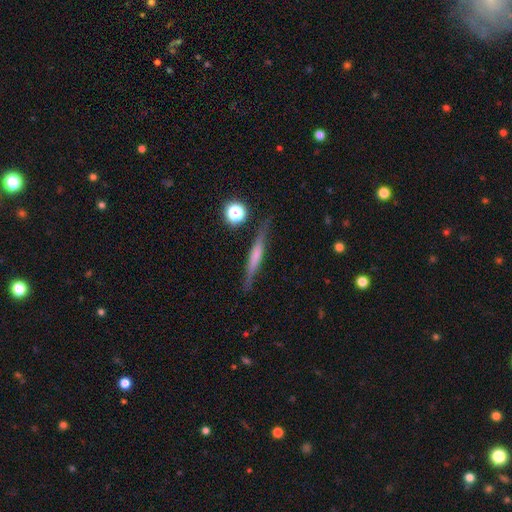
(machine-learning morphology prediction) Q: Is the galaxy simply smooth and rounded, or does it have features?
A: featured or disk — 51%.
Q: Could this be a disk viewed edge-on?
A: yes — 95%.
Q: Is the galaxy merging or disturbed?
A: none — 83%.